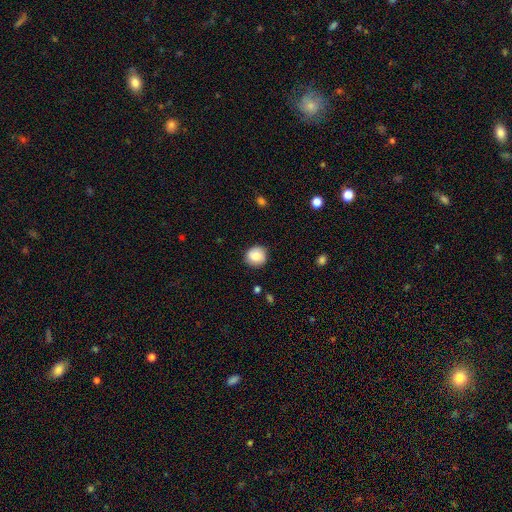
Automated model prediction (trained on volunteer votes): Smooth or featured? Predicted: smooth (p=0.84). How rounded? Predicted: round (p=0.89). Merging? Predicted: none (p=0.86).